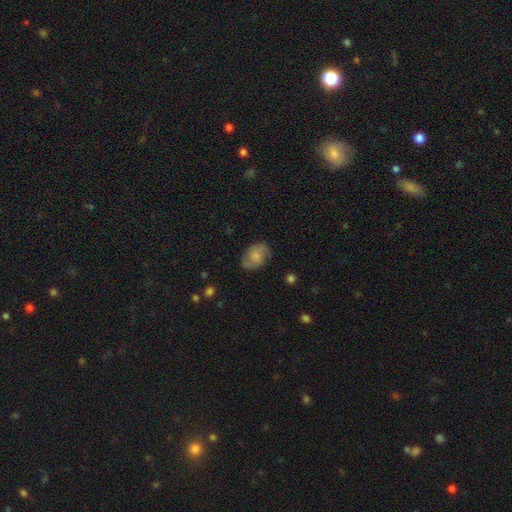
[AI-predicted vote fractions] A featured or disk galaxy (50%). Merging: none (72%).